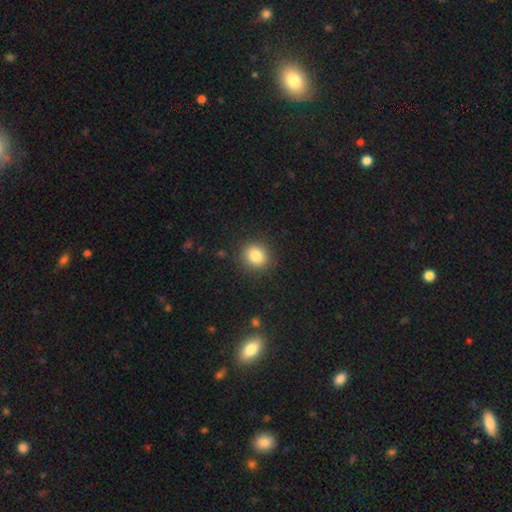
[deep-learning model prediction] Smooth or featured?
  - smooth: 84% *
  - star or artifact: 10%
  - featured or disk: 6%
How rounded?
  - round: 76% *
  - in between: 23%
  - cigar-shaped: 1%
Merging?
  - none: 89% *
  - minor disturbance: 8%
  - major disturbance: 3%
  - merger: 1%